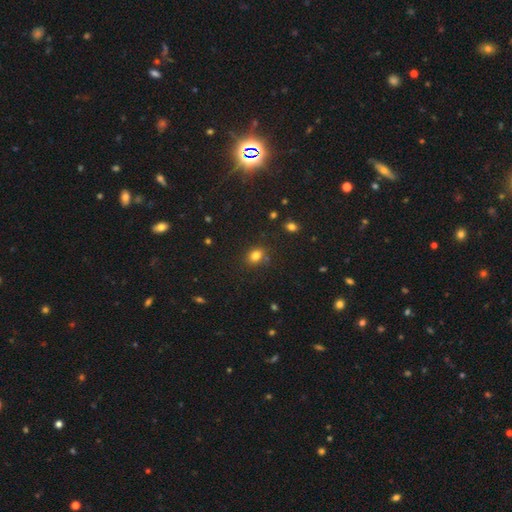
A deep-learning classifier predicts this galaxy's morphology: A smooth galaxy with no disk features (80%) that is in between round and cigar-shaped (59%). Merging: none (78%).